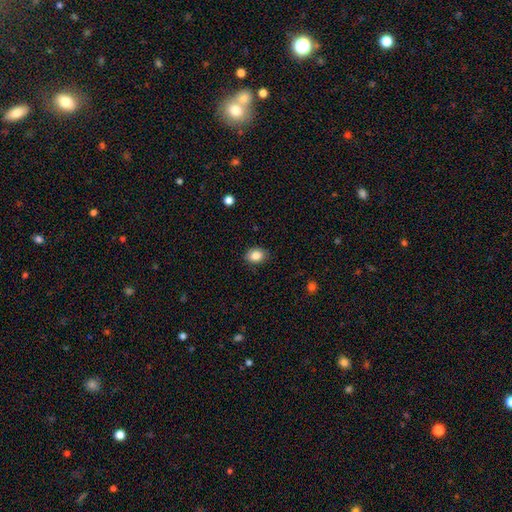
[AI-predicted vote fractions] Smooth or featured? Predicted: smooth (p=0.86). How rounded? Predicted: in between (p=0.60). Merging? Predicted: none (p=0.86).